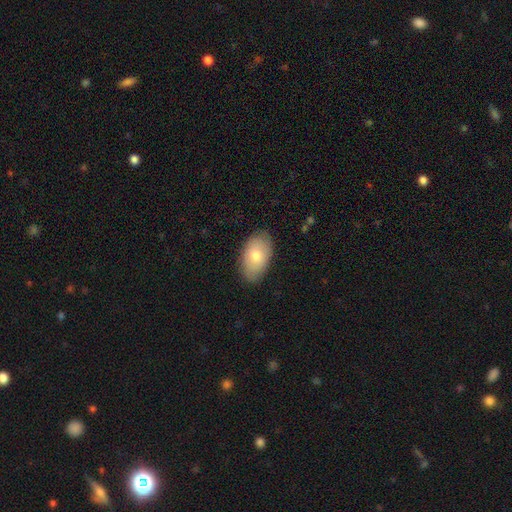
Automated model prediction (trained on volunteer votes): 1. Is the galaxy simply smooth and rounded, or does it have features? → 77% smooth, 17% featured or disk, 6% star or artifact.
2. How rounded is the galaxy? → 94% in between, 4% round, 1% cigar-shaped.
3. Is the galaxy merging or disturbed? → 84% none, 12% minor disturbance, 2% major disturbance, 1% merger.